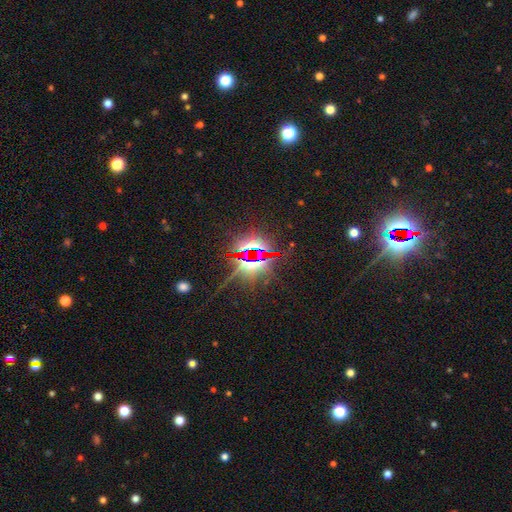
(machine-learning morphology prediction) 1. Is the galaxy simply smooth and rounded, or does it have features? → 83% star or artifact, 10% featured or disk, 8% smooth.